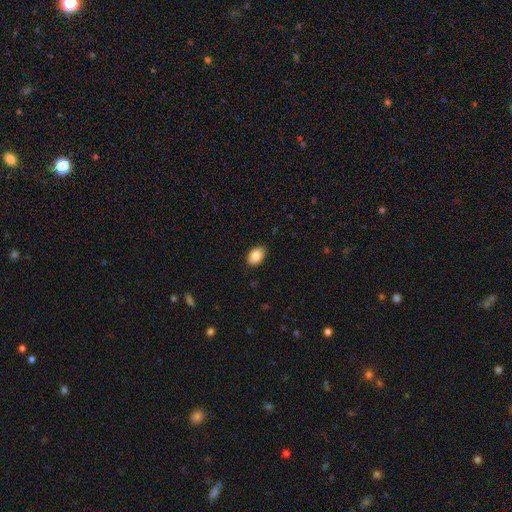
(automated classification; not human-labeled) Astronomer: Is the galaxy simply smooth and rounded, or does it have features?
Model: smooth — 88%.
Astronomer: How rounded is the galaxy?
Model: in between — 89%.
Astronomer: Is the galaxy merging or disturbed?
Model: none — 87%.